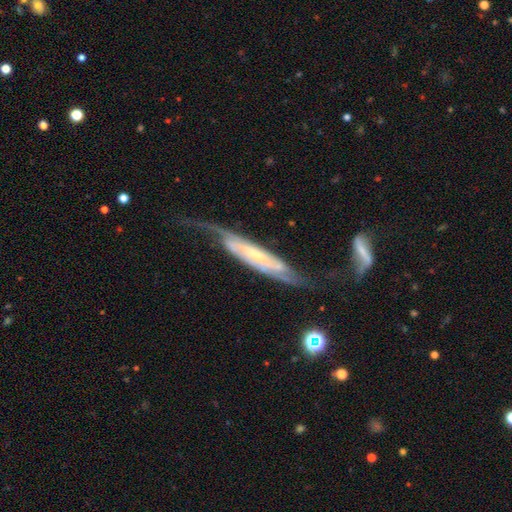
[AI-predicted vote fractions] Morphology: type=featured or disk (79%); edge-on=no (62%); merging=none (43%).